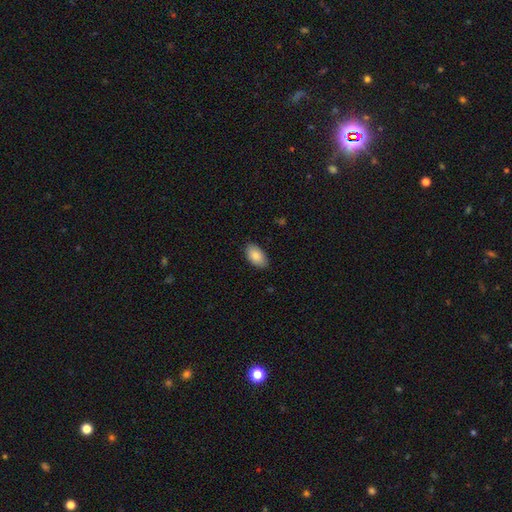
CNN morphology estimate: Overall: smooth (84%). How rounded: in between (94%). Merging: none (85%).